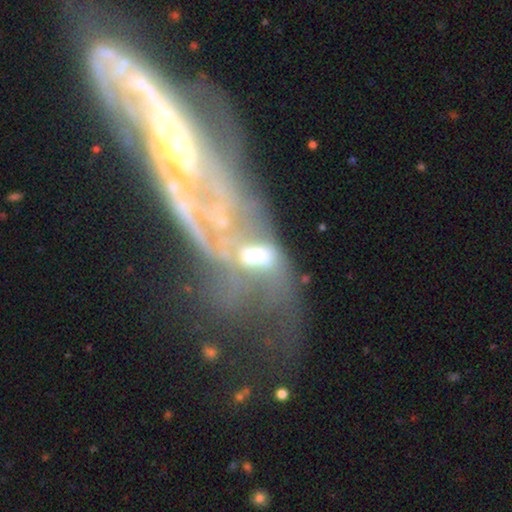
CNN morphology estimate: smooth_or_featured: featured or disk (p=0.59) [alt: smooth p=0.25]
disk_edge_on: no (p=0.90) [alt: yes p=0.10]
bar: no (p=0.61) [alt: weak p=0.23]
has_spiral_arms: no (p=0.51) [alt: yes p=0.49]
bulge_size: moderate (p=0.41) [alt: small p=0.26]
merging: merger (p=0.51) [alt: major disturbance p=0.26]